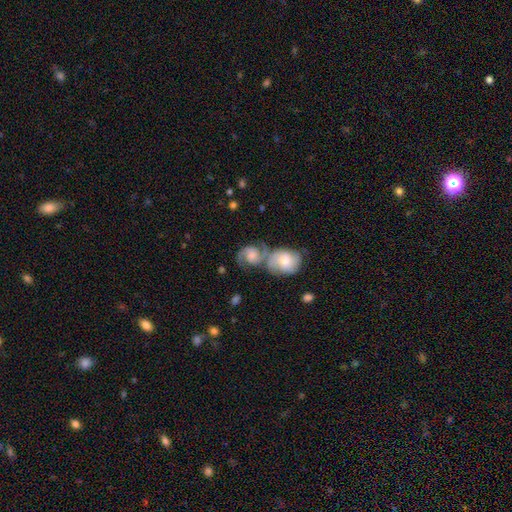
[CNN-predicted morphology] This appears to be a featured or disk galaxy (64%) with no bar (58%), 2 (55%) tight (48%) spiral arms (91%) and a moderate central bulge (58%). Merging: merger (58%).